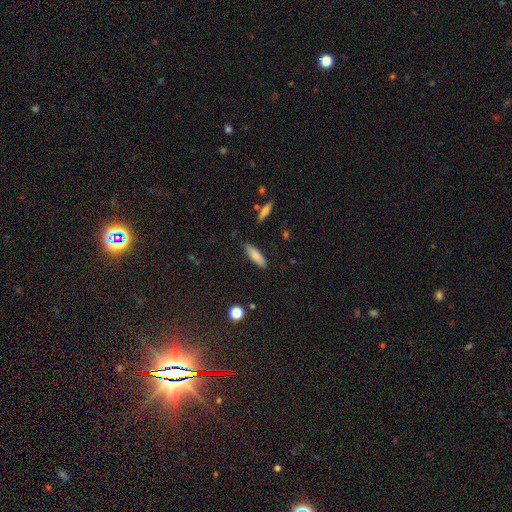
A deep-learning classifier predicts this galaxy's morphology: smooth-or-featured: smooth: 77% | featured or disk: 16% | star or artifact: 7%
  how-rounded: cigar-shaped: 54% | in between: 44% | round: 2%
  merging: none: 85% | minor disturbance: 11% | major disturbance: 2% | merger: 2%